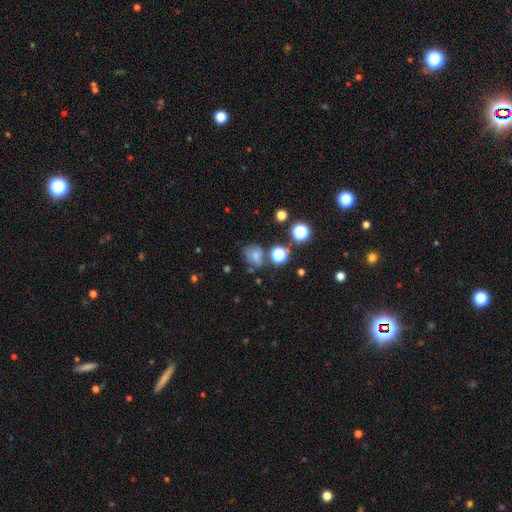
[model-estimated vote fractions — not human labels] smooth-or-featured: smooth: 59% | star or artifact: 23% | featured or disk: 18%
  how-rounded: round: 60% | in between: 39% | cigar-shaped: 1%
  merging: none: 52% | minor disturbance: 22% | major disturbance: 13% | merger: 12%